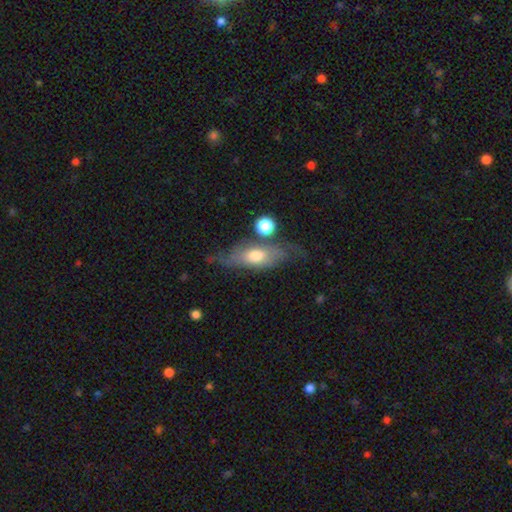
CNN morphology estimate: Smooth or featured?
  - featured or disk: 47% *
  - smooth: 46%
  - star or artifact: 8%
Merging?
  - none: 52% *
  - minor disturbance: 25%
  - major disturbance: 13%
  - merger: 9%